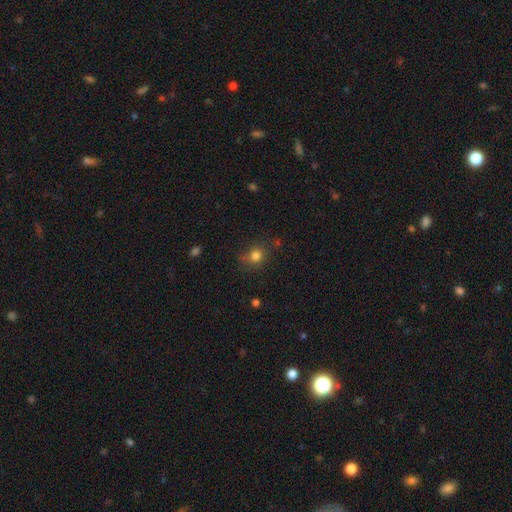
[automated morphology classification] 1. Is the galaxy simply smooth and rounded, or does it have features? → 79% smooth, 14% star or artifact, 7% featured or disk.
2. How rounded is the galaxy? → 74% round, 24% in between, 1% cigar-shaped.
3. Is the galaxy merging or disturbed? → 73% none, 18% minor disturbance, 6% major disturbance, 3% merger.